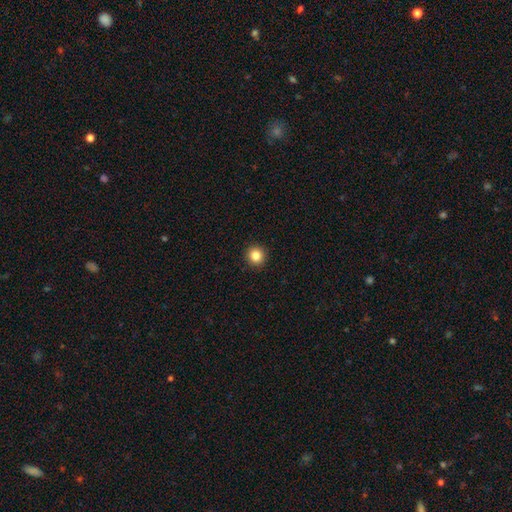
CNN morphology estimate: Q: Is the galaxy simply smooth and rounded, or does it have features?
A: smooth — 84%.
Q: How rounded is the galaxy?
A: round — 94%.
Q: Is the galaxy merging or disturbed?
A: none — 93%.